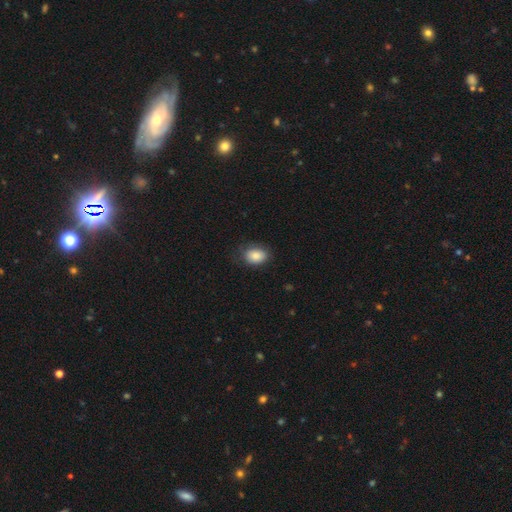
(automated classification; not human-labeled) smooth-or-featured: smooth: 85% | star or artifact: 8% | featured or disk: 7%
  how-rounded: in between: 71% | round: 28% | cigar-shaped: 1%
  merging: none: 74% | minor disturbance: 20% | major disturbance: 5% | merger: 1%